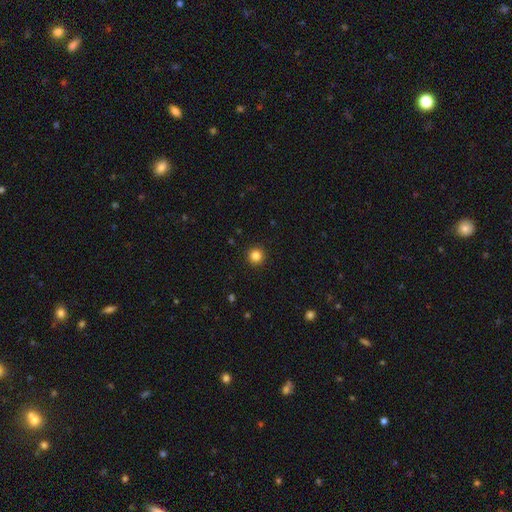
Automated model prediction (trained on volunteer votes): smooth-or-featured: smooth: 84% | star or artifact: 12% | featured or disk: 4%
  how-rounded: round: 96% | in between: 3% | cigar-shaped: 1%
  merging: none: 93% | minor disturbance: 4% | major disturbance: 2% | merger: 1%